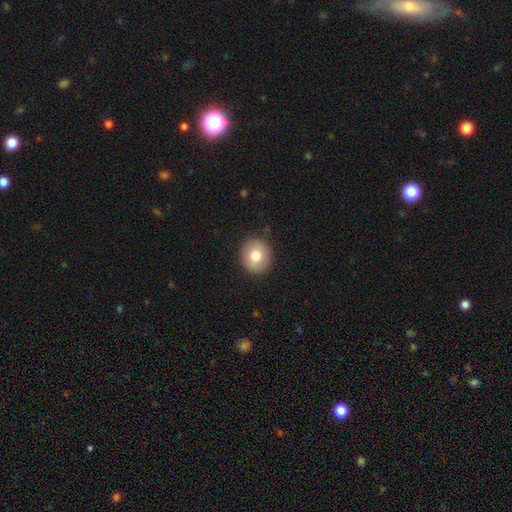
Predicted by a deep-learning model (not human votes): Overall: smooth (78%). How rounded: round (77%). Merging: none (88%).